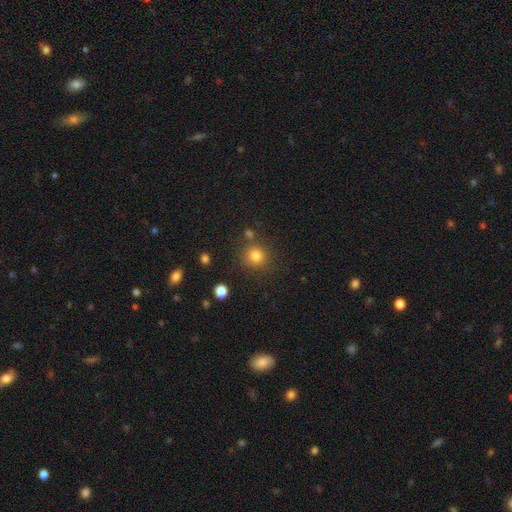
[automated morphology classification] This appears to be a smooth galaxy with no disk features (81%) that is round (90%). Merging: none (80%).